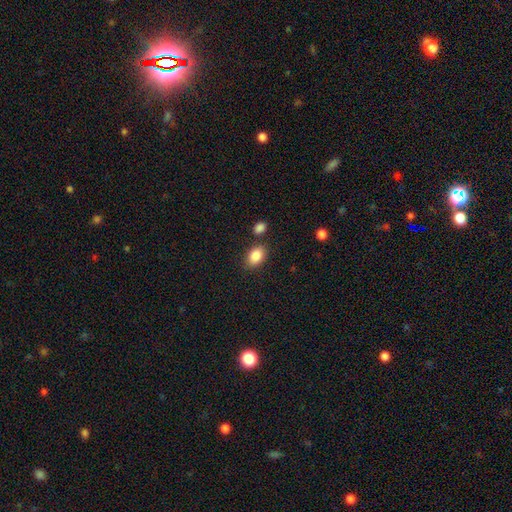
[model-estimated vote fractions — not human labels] smooth-or-featured: smooth: 87% | star or artifact: 8% | featured or disk: 5%
  how-rounded: in between: 83% | round: 16% | cigar-shaped: 1%
  merging: none: 78% | minor disturbance: 11% | merger: 8% | major disturbance: 3%